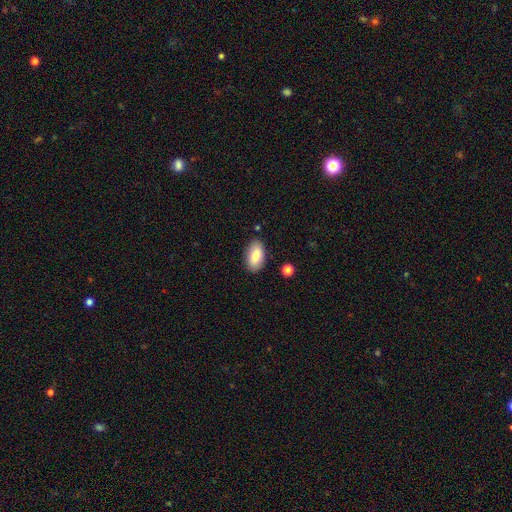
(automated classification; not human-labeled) This appears to be a smooth galaxy with no disk features (79%) that is in between round and cigar-shaped (94%). Merging: none (86%).